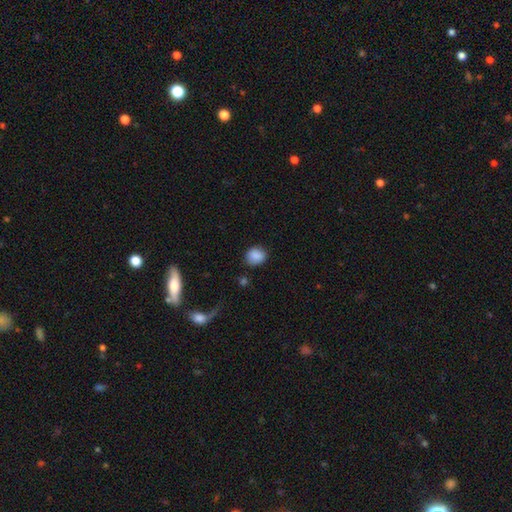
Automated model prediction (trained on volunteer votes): Smooth or featured: smooth — 88% (star or artifact — 9%)
How rounded: round — 63% (in between — 36%)
Merging: none — 81% (minor disturbance — 14%)